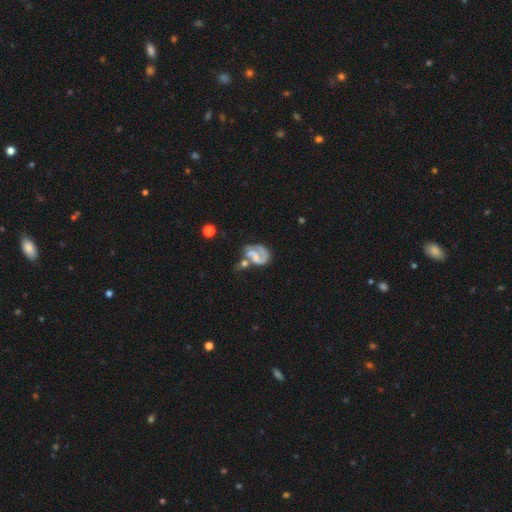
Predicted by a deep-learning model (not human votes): featured or disk 74%, smooth 18%, star or artifact 8%. Down the decision tree: edge-on disk — no (98%); bar — no (48%); spiral arms — yes (84%); spiral arm count — 2 (56%); spiral winding — medium (43%); bulge size — none (48%); merging — merger (34%).